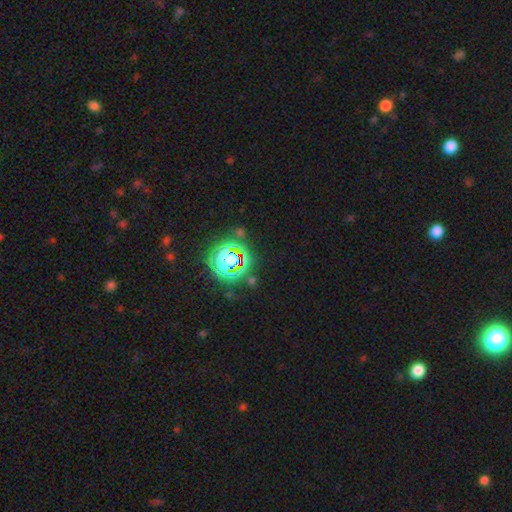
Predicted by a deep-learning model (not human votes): Smooth or featured?
  - star or artifact: 79% *
  - smooth: 14%
  - featured or disk: 7%